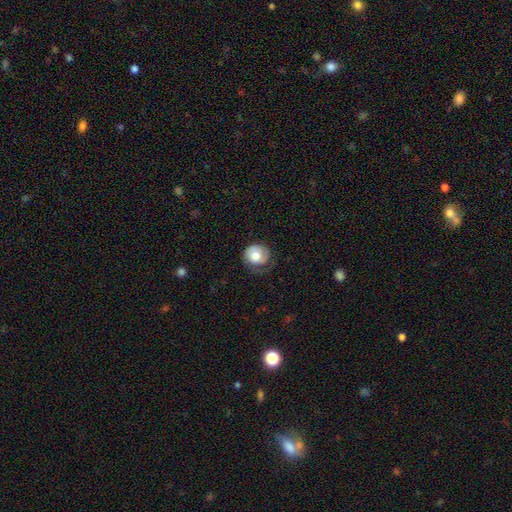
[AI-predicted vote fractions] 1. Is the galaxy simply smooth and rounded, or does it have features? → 54% smooth, 39% featured or disk, 7% star or artifact.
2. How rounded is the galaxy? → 83% round, 16% in between, 1% cigar-shaped.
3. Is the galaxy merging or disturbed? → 53% none, 26% minor disturbance, 19% major disturbance, 1% merger.